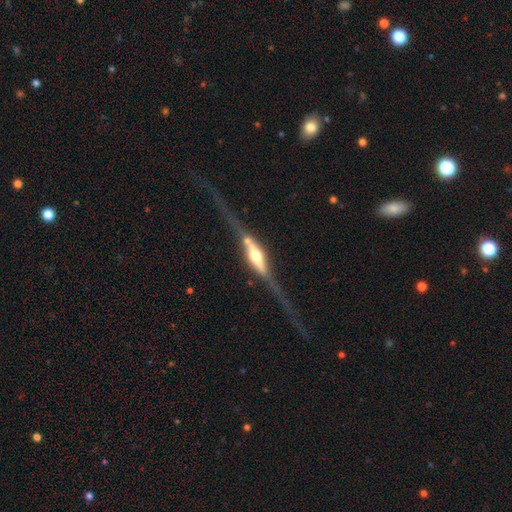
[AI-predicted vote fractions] Smooth or featured: featured or disk — 83% (smooth — 12%)
Edge-on disk: yes — 95% (no — 5%)
Edge-on bulge: rounded — 86% (boxy — 11%)
Merging: none — 61% (minor disturbance — 19%)